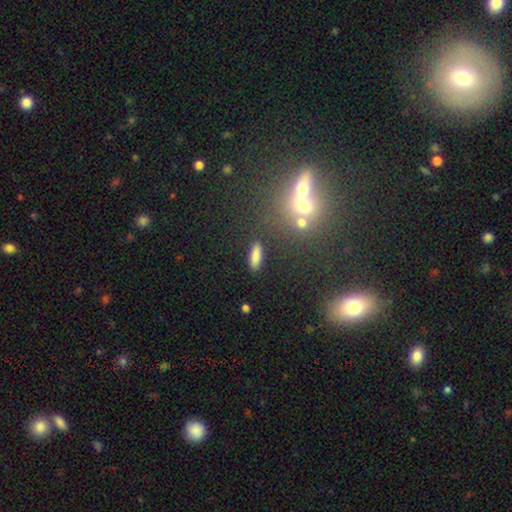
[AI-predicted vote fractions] Smooth or featured?
  - smooth: 82% *
  - star or artifact: 9%
  - featured or disk: 8%
How rounded?
  - cigar-shaped: 52% *
  - in between: 45%
  - round: 3%
Merging?
  - none: 85% *
  - minor disturbance: 9%
  - merger: 3%
  - major disturbance: 3%